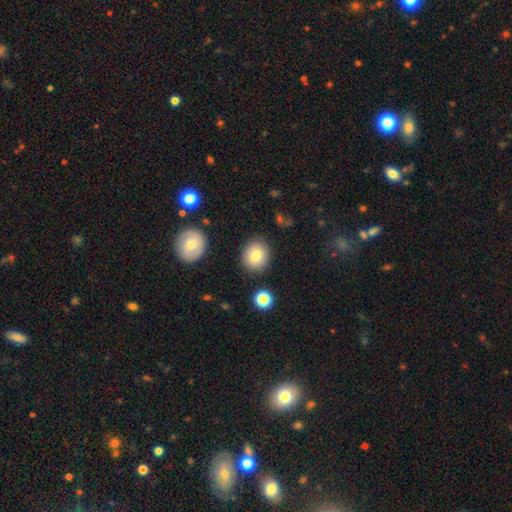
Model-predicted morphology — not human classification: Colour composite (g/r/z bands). It shows a smooth galaxy with no disk features (80%) that is round (75%). Merging: none (85%).